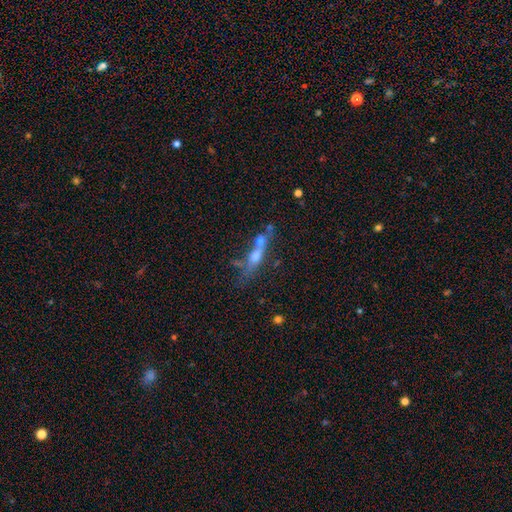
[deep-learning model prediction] A featured or disk galaxy (51%) viewed edge-on (62%). Merging: none (40%).